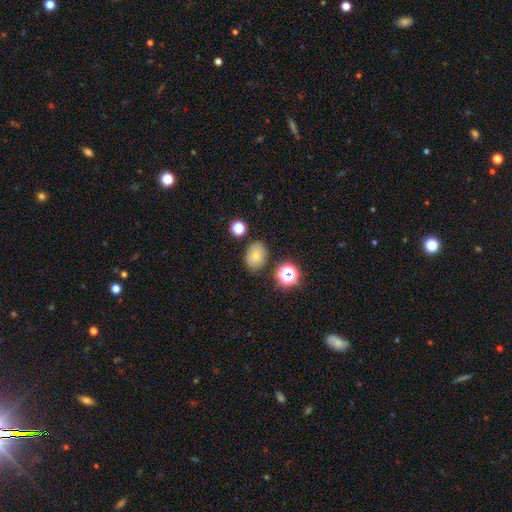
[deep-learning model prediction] Q: Smooth or featured?
A: smooth (71%); runner-up: star or artifact (15%)
Q: How rounded?
A: in between (67%); runner-up: round (32%)
Q: Merging?
A: none (80%); runner-up: minor disturbance (13%)